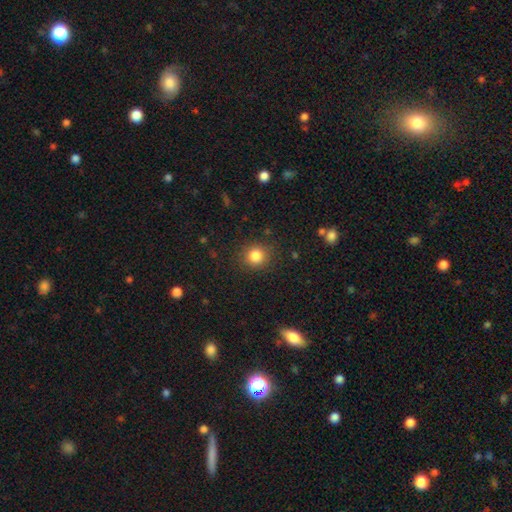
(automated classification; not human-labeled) A smooth galaxy with no disk features (83%) that is round (89%).

Vote fractions:
- Smooth or featured? smooth: 83% / star or artifact: 12% / featured or disk: 5%
- How rounded? round: 89% / in between: 10% / cigar-shaped: 1%
- Merging? none: 87% / minor disturbance: 8% / major disturbance: 3% / merger: 1%